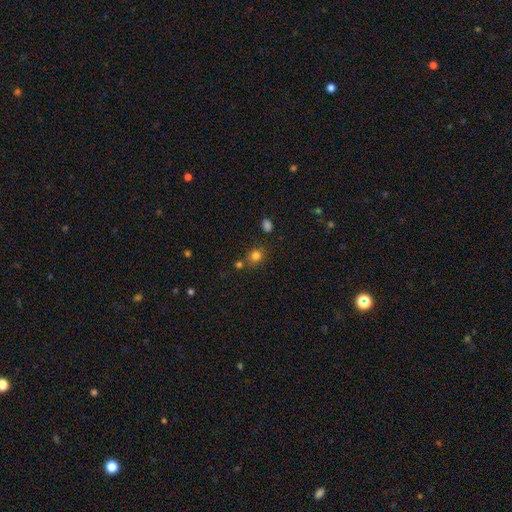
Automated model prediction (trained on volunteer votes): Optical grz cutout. It shows a smooth galaxy with no disk features (80%) that is round (73%). Merging: none (71%).